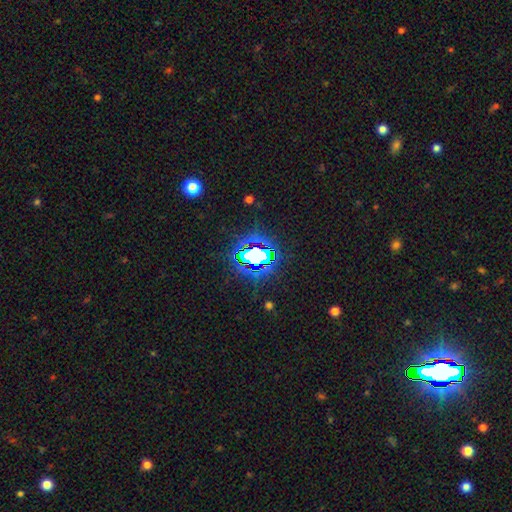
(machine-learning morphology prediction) A star or artifact, not a galaxy (72%).

Vote fractions:
- Smooth or featured? star or artifact: 72% / smooth: 16% / featured or disk: 12%